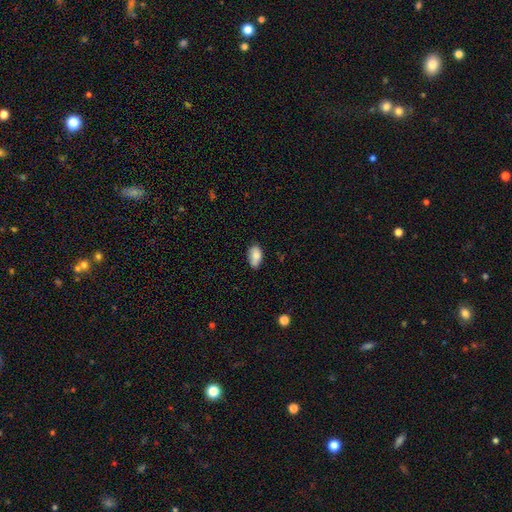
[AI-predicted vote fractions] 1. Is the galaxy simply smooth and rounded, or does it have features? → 81% smooth, 12% featured or disk, 8% star or artifact.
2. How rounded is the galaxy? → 92% in between, 6% round, 2% cigar-shaped.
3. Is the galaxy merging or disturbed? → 64% none, 27% minor disturbance, 5% merger, 4% major disturbance.